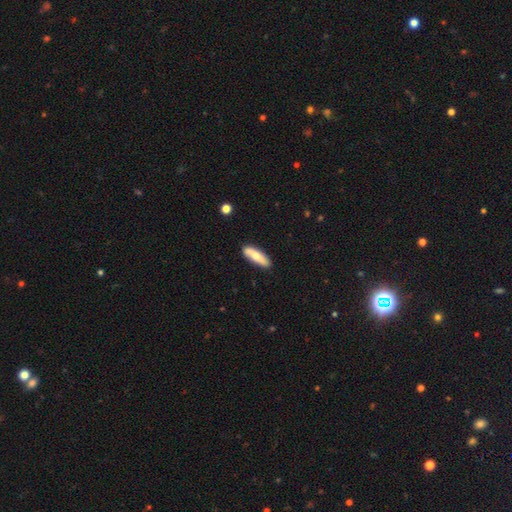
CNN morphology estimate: smooth 62%, featured or disk 32%, star or artifact 5%. Down the decision tree: how rounded — cigar-shaped (55%); merging — none (84%).